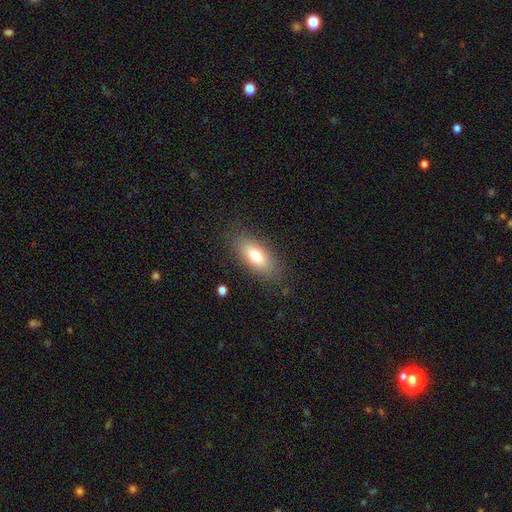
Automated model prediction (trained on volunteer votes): Smooth or featured?
  - smooth: 72% *
  - featured or disk: 20%
  - star or artifact: 8%
How rounded?
  - in between: 79% *
  - cigar-shaped: 17%
  - round: 4%
Merging?
  - none: 84% *
  - minor disturbance: 11%
  - major disturbance: 4%
  - merger: 1%